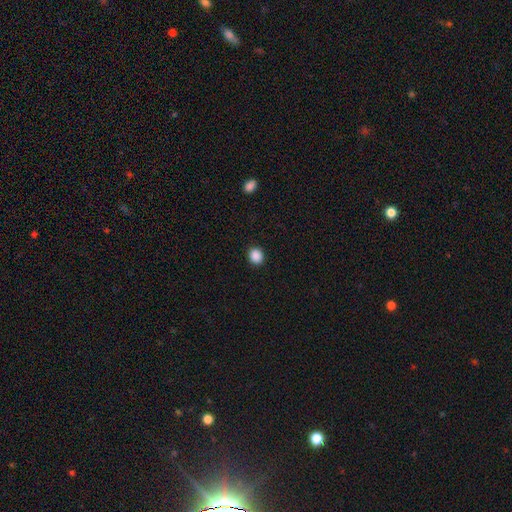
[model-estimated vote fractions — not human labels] This appears to be a smooth galaxy with no disk features (88%) that is round (77%). Merging: none (91%).